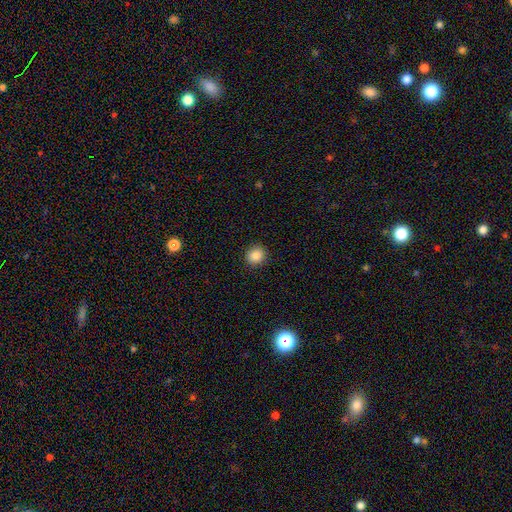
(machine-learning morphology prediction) Overall: smooth (86%). How rounded: round (84%). Merging: none (90%).